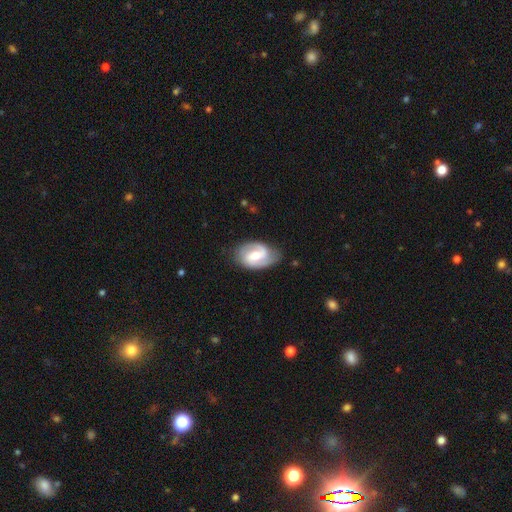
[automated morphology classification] featured or disk 81%, smooth 14%, star or artifact 4%. Down the decision tree: edge-on disk — no (97%); bar — weak (53%); spiral arms — yes (95%); spiral arm count — 2 (87%); spiral winding — medium (49%); bulge size — moderate (61%); merging — none (75%).